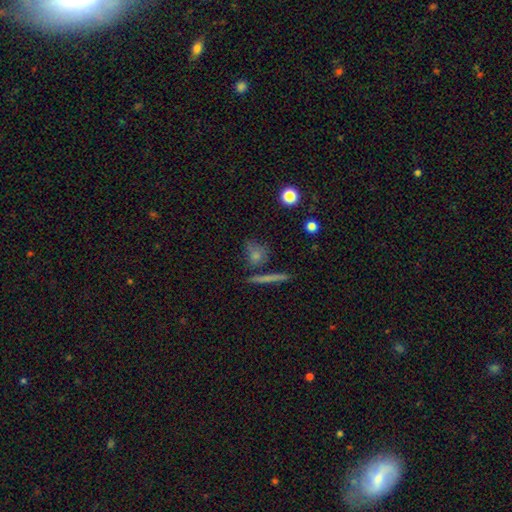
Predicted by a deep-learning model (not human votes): Smooth or featured: smooth — 55% (featured or disk — 27%)
How rounded: round — 60% (cigar-shaped — 20%)
Merging: none — 71% (merger — 13%)